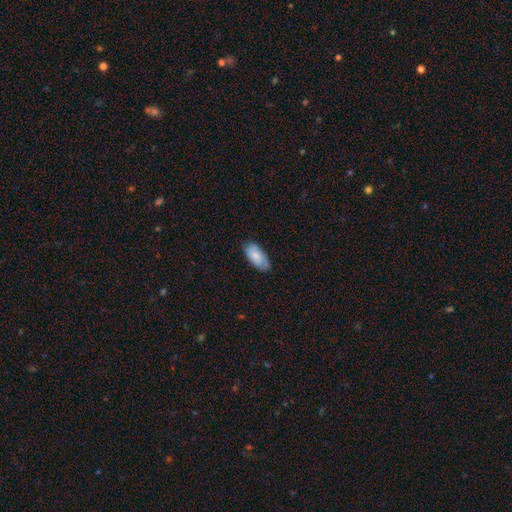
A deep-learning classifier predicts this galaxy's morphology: A smooth galaxy with no disk features (72%) that is in between round and cigar-shaped (91%).

Vote fractions:
- Smooth or featured? smooth: 72% / featured or disk: 22% / star or artifact: 6%
- How rounded? in between: 91% / cigar-shaped: 6% / round: 2%
- Merging? none: 75% / minor disturbance: 20% / major disturbance: 4% / merger: 1%